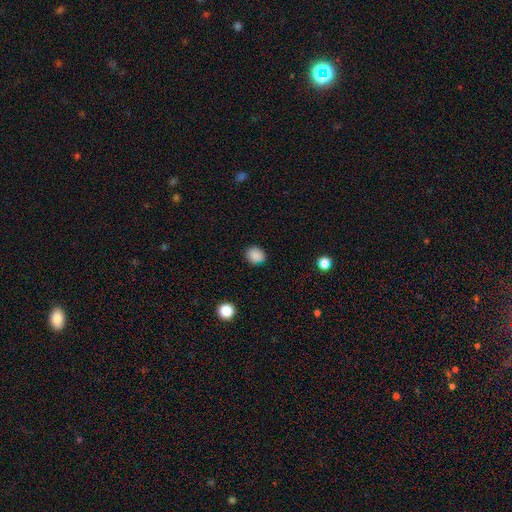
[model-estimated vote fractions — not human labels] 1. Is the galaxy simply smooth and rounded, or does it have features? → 86% smooth, 10% star or artifact, 3% featured or disk.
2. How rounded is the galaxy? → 73% round, 26% in between, 1% cigar-shaped.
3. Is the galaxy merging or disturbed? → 85% none, 11% minor disturbance, 3% major disturbance, 1% merger.